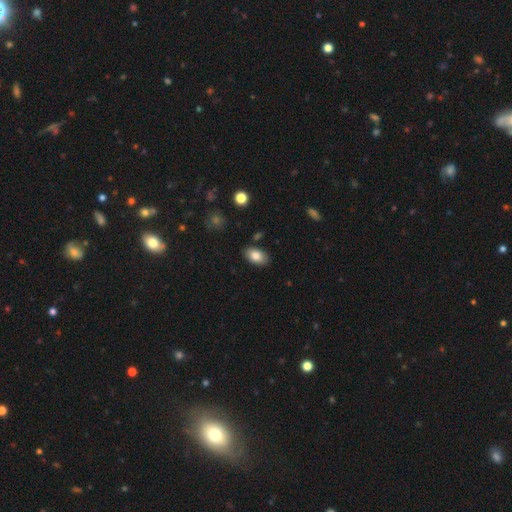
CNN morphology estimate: A smooth galaxy with no disk features (82%) that is in between round and cigar-shaped (92%).

Vote fractions:
- Smooth or featured? smooth: 82% / featured or disk: 10% / star or artifact: 8%
- How rounded? in between: 92% / round: 6% / cigar-shaped: 1%
- Merging? none: 86% / minor disturbance: 10% / merger: 2% / major disturbance: 2%